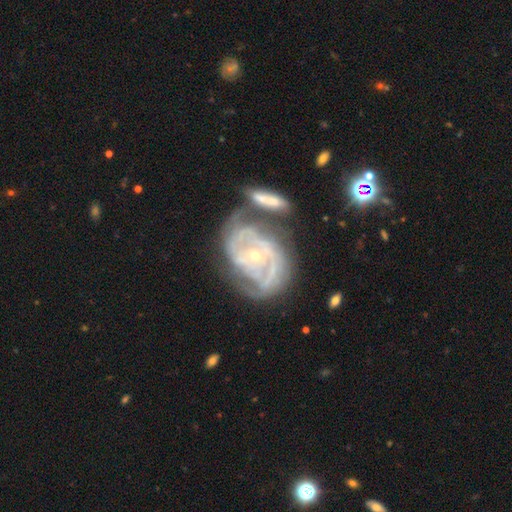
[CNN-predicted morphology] Smooth or featured? Predicted: featured or disk (p=0.87). Edge-on disk? Predicted: no (p=0.96). Bar? Predicted: no (p=0.64). Spiral arms? Predicted: yes (p=0.92). Spiral winding? Predicted: tight (p=0.59). Spiral arm count? Predicted: 2 (p=0.39). Bulge size? Predicted: small (p=0.72). Merging? Predicted: none (p=0.41).